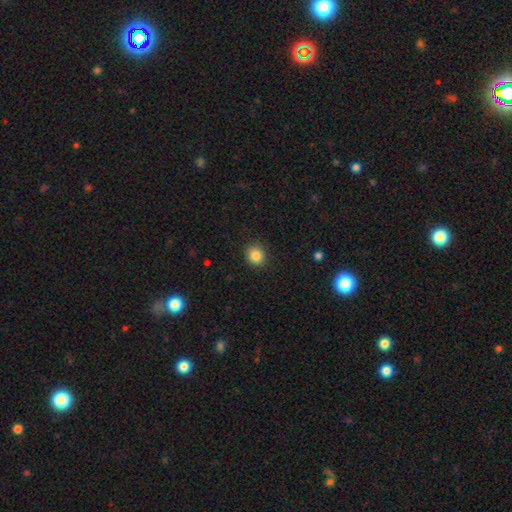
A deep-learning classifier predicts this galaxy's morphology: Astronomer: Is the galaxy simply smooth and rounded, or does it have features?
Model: smooth — 86%.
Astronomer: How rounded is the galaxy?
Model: round — 75%.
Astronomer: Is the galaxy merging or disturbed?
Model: none — 90%.